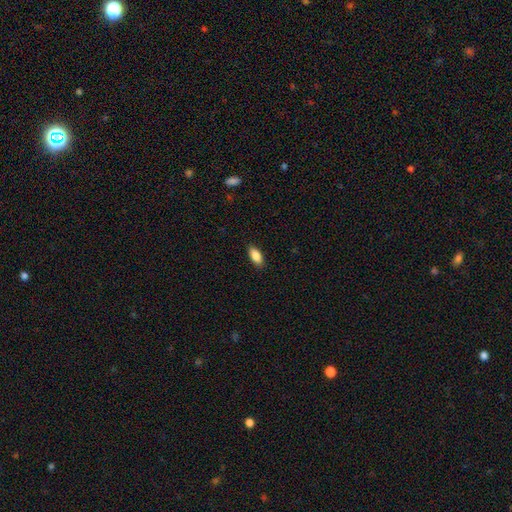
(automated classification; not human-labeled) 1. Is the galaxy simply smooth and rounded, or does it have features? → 87% smooth, 7% featured or disk, 7% star or artifact.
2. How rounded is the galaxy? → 86% in between, 11% cigar-shaped, 2% round.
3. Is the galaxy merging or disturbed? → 88% none, 9% minor disturbance, 2% major disturbance, 1% merger.